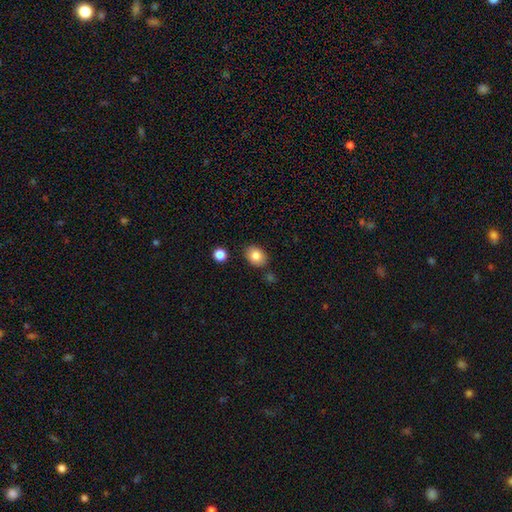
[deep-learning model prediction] smooth 84%, star or artifact 9%, featured or disk 7%. Down the decision tree: how rounded — in between (66%); merging — none (83%).